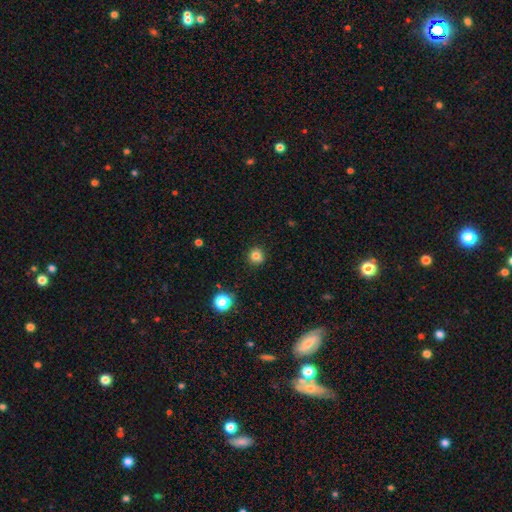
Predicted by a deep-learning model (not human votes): Smooth or featured?
  - smooth: 80% *
  - star or artifact: 14%
  - featured or disk: 7%
How rounded?
  - round: 91% *
  - in between: 8%
  - cigar-shaped: 1%
Merging?
  - none: 87% *
  - minor disturbance: 9%
  - major disturbance: 2%
  - merger: 2%